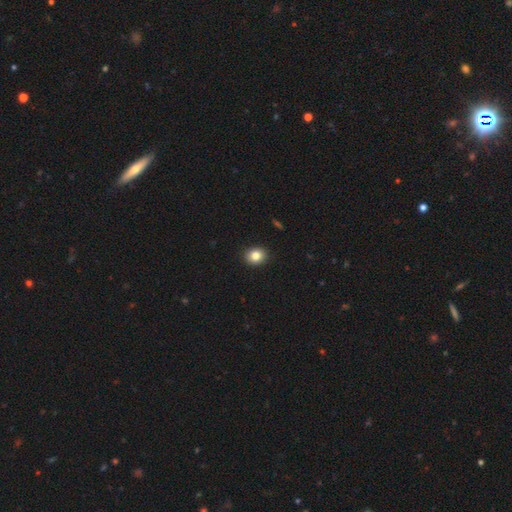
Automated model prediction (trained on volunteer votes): Smooth or featured?
  - smooth: 82% *
  - star or artifact: 10%
  - featured or disk: 8%
How rounded?
  - round: 60% *
  - in between: 39%
  - cigar-shaped: 1%
Merging?
  - none: 91% *
  - minor disturbance: 6%
  - major disturbance: 2%
  - merger: 1%